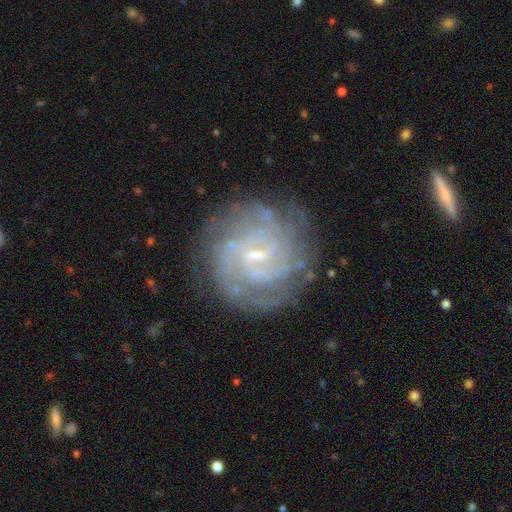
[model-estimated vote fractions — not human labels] Smooth or featured? Predicted: featured or disk (p=0.85). Edge-on disk? Predicted: no (p=0.98). Bar? Predicted: weak (p=0.64). Spiral arms? Predicted: yes (p=0.94). Spiral winding? Predicted: tight (p=0.70). Spiral arm count? Predicted: can't tell (p=0.39). Bulge size? Predicted: small (p=0.70). Merging? Predicted: none (p=0.79).